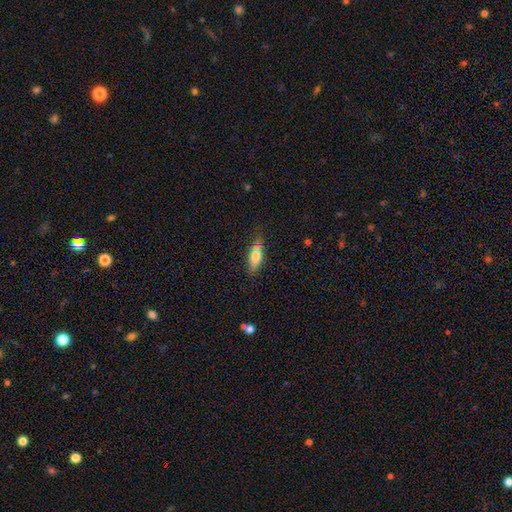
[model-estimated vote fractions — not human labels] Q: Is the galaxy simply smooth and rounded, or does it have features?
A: smooth — 68%.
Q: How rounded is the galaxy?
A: in between — 60%.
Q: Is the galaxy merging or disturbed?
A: none — 75%.